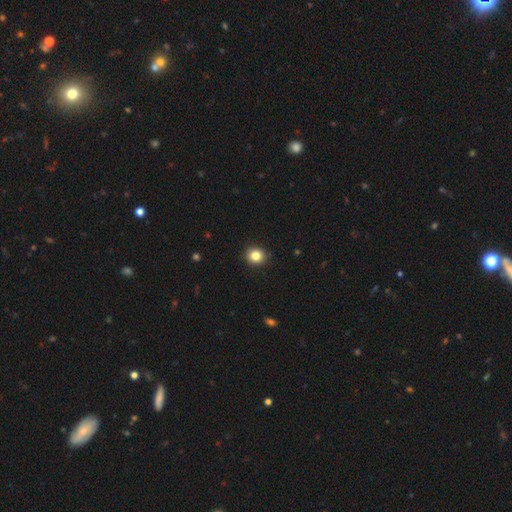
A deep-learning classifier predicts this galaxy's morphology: Smooth or featured?
  - smooth: 84% *
  - star or artifact: 11%
  - featured or disk: 5%
How rounded?
  - round: 84% *
  - in between: 15%
  - cigar-shaped: 1%
Merging?
  - none: 91% *
  - minor disturbance: 7%
  - major disturbance: 2%
  - merger: 1%